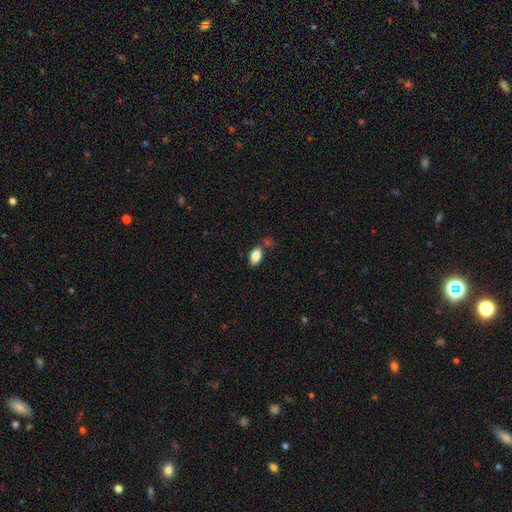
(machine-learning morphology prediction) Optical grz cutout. It shows a smooth galaxy with no disk features (85%) that is in between round and cigar-shaped (92%). Merging: none (71%).